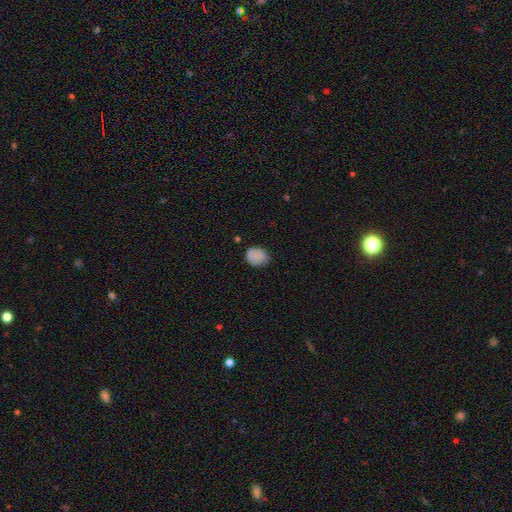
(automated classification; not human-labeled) A smooth galaxy with no disk features (84%) that is in between round and cigar-shaped (52%).

Vote fractions:
- Smooth or featured? smooth: 84% / star or artifact: 10% / featured or disk: 7%
- How rounded? in between: 52% / round: 47% / cigar-shaped: 1%
- Merging? none: 71% / minor disturbance: 23% / major disturbance: 5% / merger: 2%